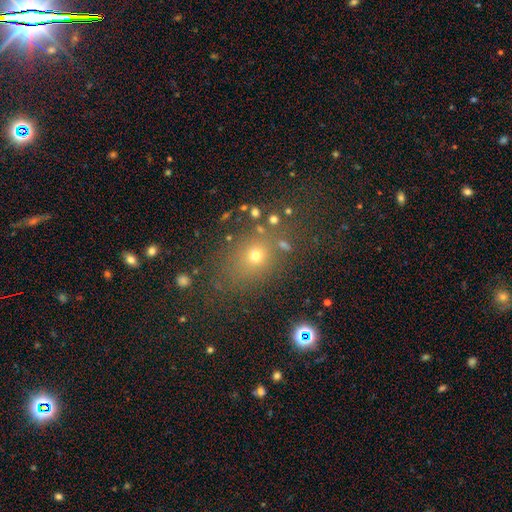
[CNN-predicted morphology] A smooth galaxy with no disk features (60%) that is round (54%). Merging: none (72%).